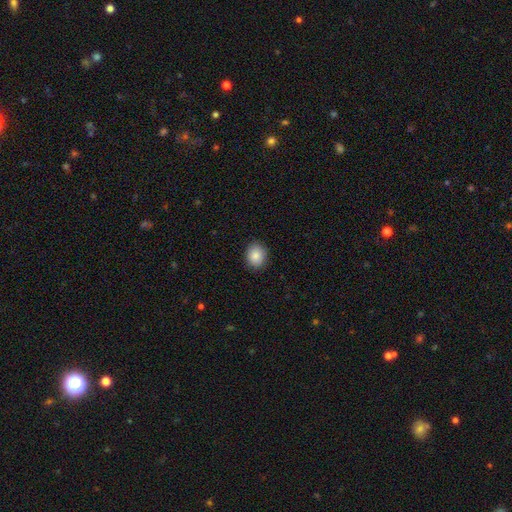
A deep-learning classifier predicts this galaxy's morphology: smooth-or-featured: smooth: 86% | star or artifact: 9% | featured or disk: 5%
  how-rounded: round: 61% | in between: 38% | cigar-shaped: 1%
  merging: none: 89% | minor disturbance: 8% | major disturbance: 2% | merger: 1%